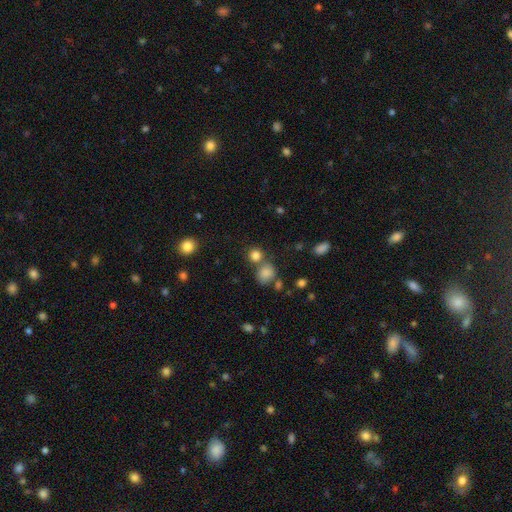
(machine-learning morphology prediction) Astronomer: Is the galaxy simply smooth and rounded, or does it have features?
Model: smooth — 81%.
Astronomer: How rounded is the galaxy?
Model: round — 86%.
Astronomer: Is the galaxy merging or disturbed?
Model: none — 61%.